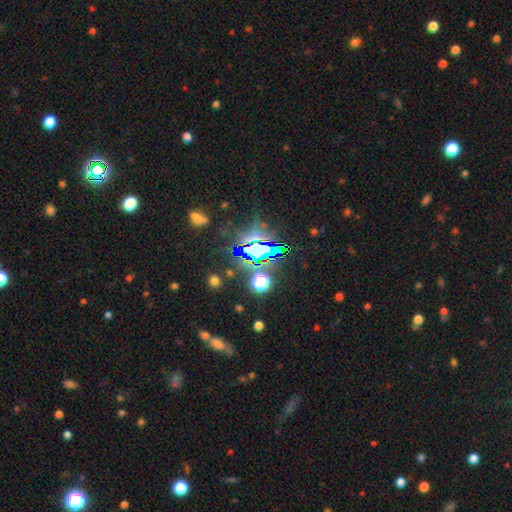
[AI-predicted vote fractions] This appears to be a star or artifact, not a galaxy (75%).